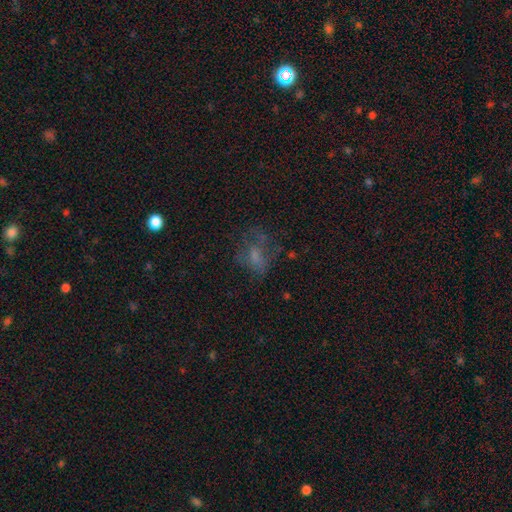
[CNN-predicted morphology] The model was most divided on "smooth or featured": smooth: 46%, featured or disk: 33%, star or artifact: 21%. Remaining: merging — none (48%).